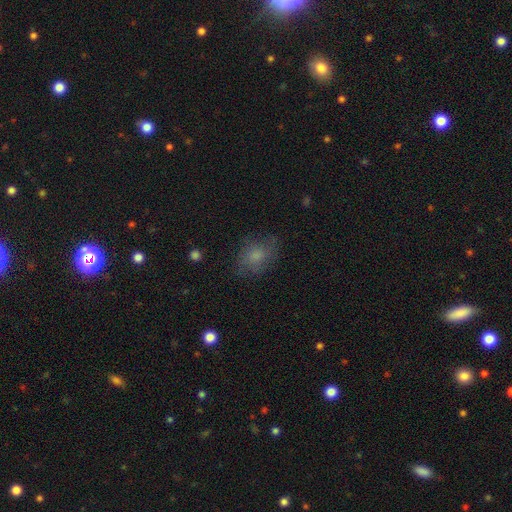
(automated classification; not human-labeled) This is likely a smooth galaxy (67%). How rounded: likely in between (65%). Merging: likely none (68%).